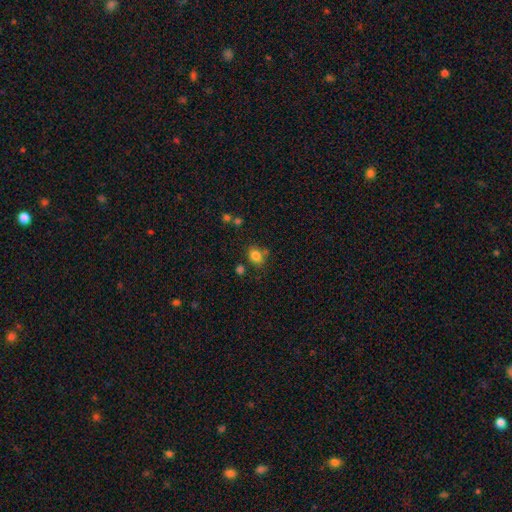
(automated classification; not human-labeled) Smooth or featured: smooth — 81% (star or artifact — 12%)
How rounded: in between — 51% (round — 48%)
Merging: none — 68% (minor disturbance — 17%)